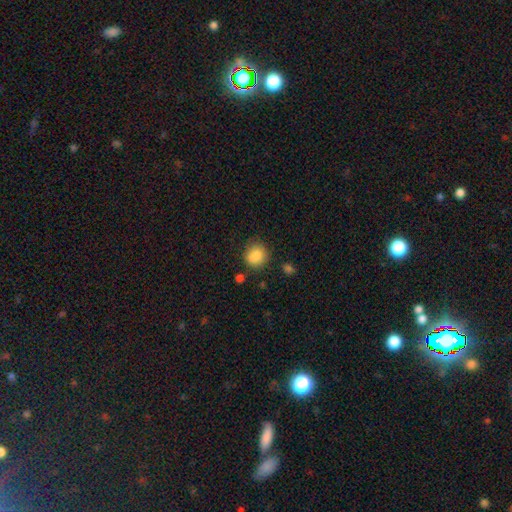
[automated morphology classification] A smooth galaxy with no disk features (86%) that is round (82%). Merging: none (79%).